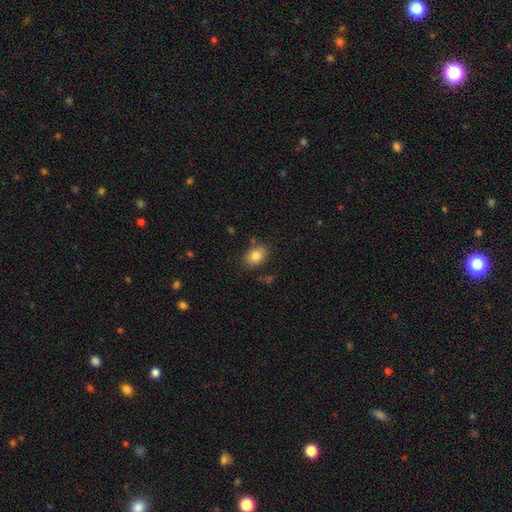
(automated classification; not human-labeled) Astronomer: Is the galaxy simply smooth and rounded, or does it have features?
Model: smooth — 83%.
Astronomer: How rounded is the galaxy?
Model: in between — 78%.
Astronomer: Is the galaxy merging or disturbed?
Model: none — 81%.